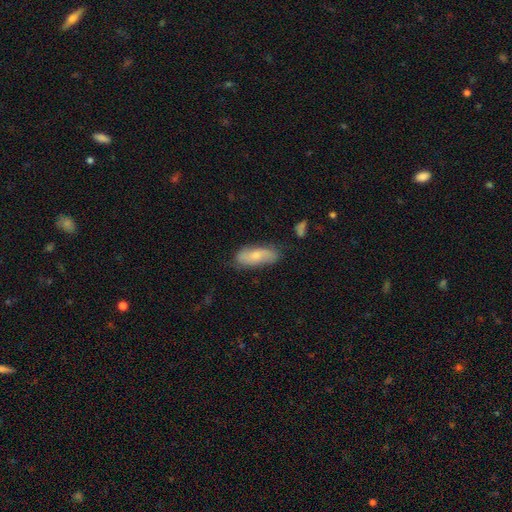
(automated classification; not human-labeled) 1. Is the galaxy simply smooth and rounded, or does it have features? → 60% smooth, 34% featured or disk, 6% star or artifact.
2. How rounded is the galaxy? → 71% in between, 26% cigar-shaped, 3% round.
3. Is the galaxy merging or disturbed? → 72% none, 21% minor disturbance, 5% major disturbance, 2% merger.